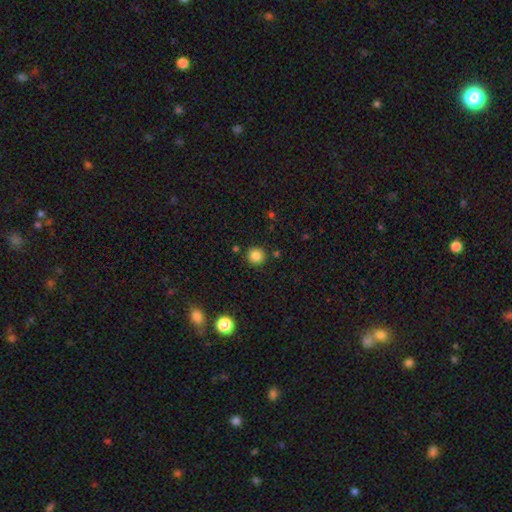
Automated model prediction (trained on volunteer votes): A smooth galaxy with no disk features (84%) that is round (94%).

Vote fractions:
- Smooth or featured? smooth: 84% / star or artifact: 11% / featured or disk: 5%
- How rounded? round: 94% / in between: 5% / cigar-shaped: 1%
- Merging? none: 89% / minor disturbance: 6% / merger: 3% / major disturbance: 2%